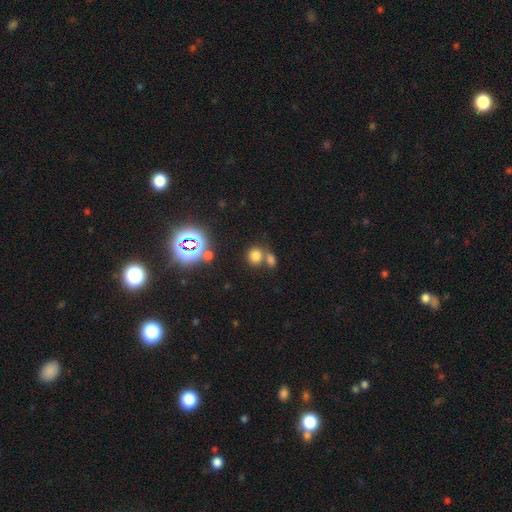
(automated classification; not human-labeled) Smooth or featured? smooth (71%)
How rounded? round (74%)
Merging? none (54%)